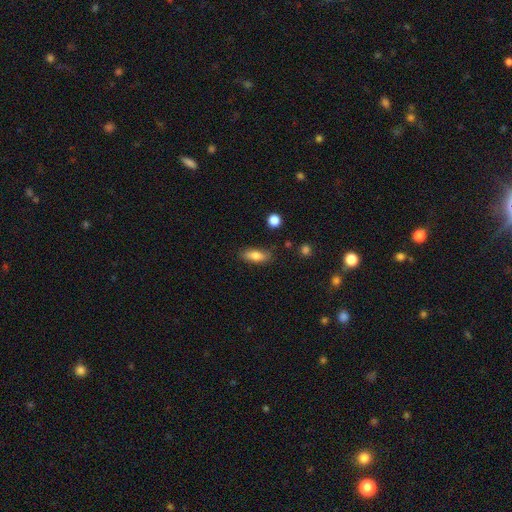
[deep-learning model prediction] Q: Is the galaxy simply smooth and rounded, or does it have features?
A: smooth — 77%.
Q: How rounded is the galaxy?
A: in between — 74%.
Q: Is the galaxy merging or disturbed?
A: none — 77%.